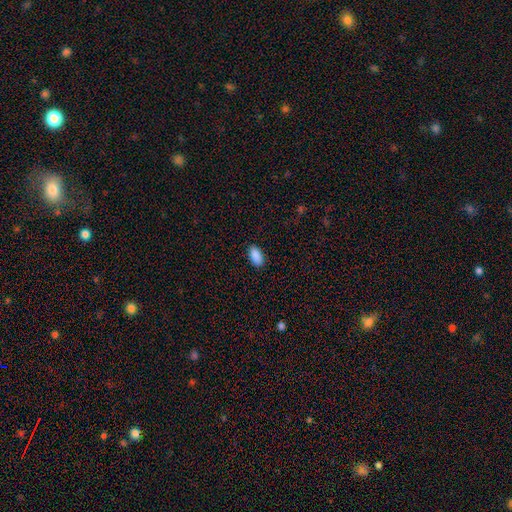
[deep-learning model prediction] Smooth or featured? Predicted: smooth (p=0.90). How rounded? Predicted: in between (p=0.93). Merging? Predicted: none (p=0.88).